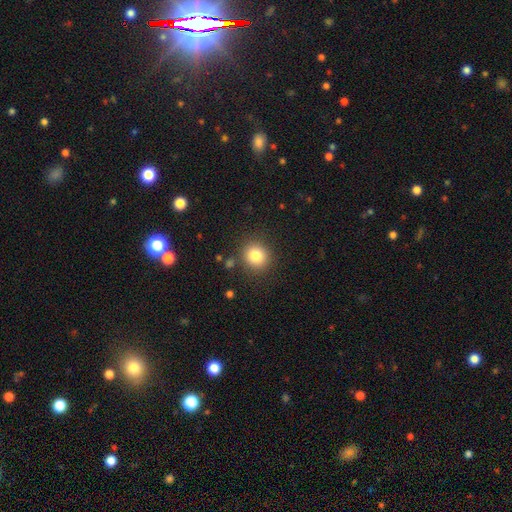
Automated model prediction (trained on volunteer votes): This appears to be a smooth galaxy with no disk features (82%) that is round (86%). Merging: none (87%).